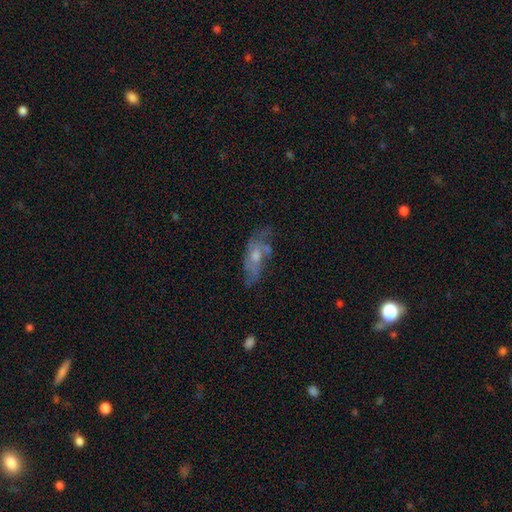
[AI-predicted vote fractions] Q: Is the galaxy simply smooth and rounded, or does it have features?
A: featured or disk — 64%.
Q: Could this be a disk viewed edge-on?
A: no — 87%.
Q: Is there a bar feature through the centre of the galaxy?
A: no — 72%.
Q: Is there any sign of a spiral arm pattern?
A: yes — 68%.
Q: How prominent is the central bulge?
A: moderate — 56%.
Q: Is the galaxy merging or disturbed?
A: none — 53%.